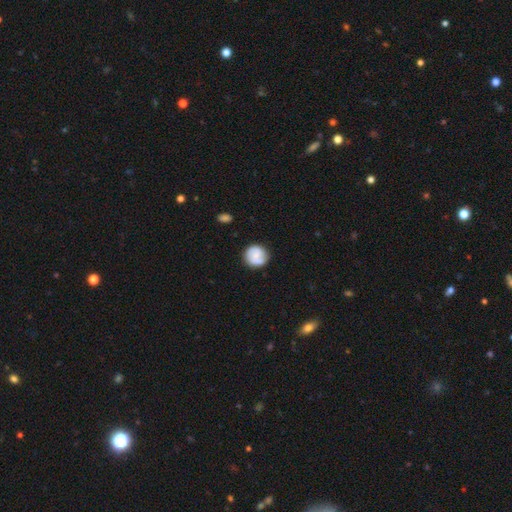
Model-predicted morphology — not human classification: Overall: smooth (56%; featured or disk 37%). How rounded: round (88%). Merging: none (74%).